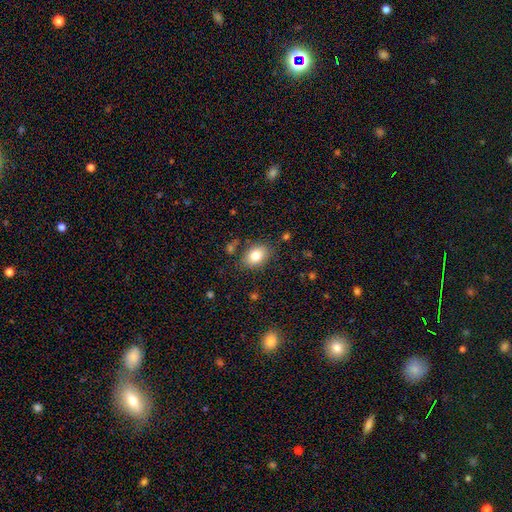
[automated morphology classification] Smooth or featured? smooth (81%)
How rounded? in between (77%)
Merging? none (80%)